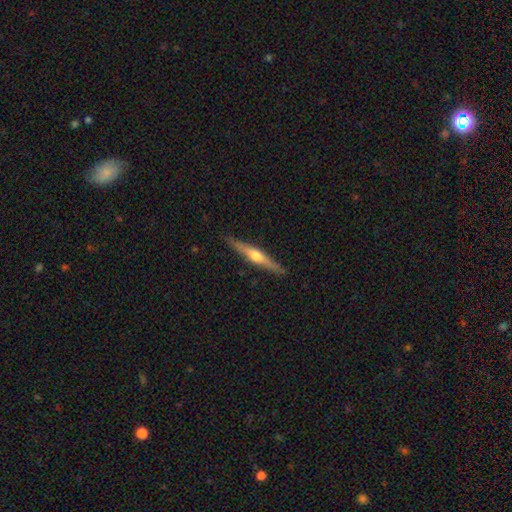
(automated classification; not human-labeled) This appears to be a featured or disk galaxy (68%) viewed edge-on (97%) with a rounded central bulge (90%). Merging: none (90%).